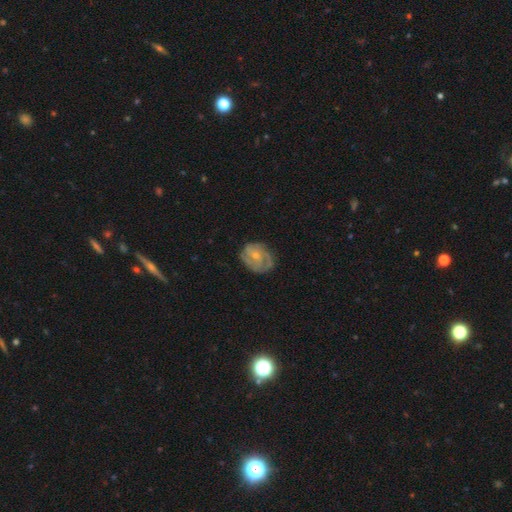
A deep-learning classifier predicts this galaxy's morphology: Q: Smooth or featured?
A: featured or disk (73%); runner-up: smooth (20%)
Q: Edge-on disk?
A: no (98%); runner-up: yes (2%)
Q: Bar?
A: no (54%); runner-up: weak (39%)
Q: Spiral arms?
A: yes (89%); runner-up: no (11%)
Q: Spiral winding?
A: tight (48%); runner-up: medium (39%)
Q: Spiral arm count?
A: 2 (31%); runner-up: can't tell (28%)
Q: Bulge size?
A: small (61%); runner-up: moderate (34%)
Q: Merging?
A: none (64%); runner-up: minor disturbance (24%)